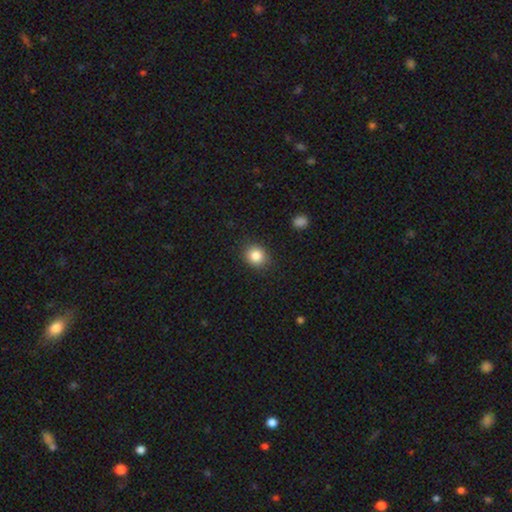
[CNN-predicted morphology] Smooth or featured? smooth (84%)
How rounded? round (73%)
Merging? none (87%)